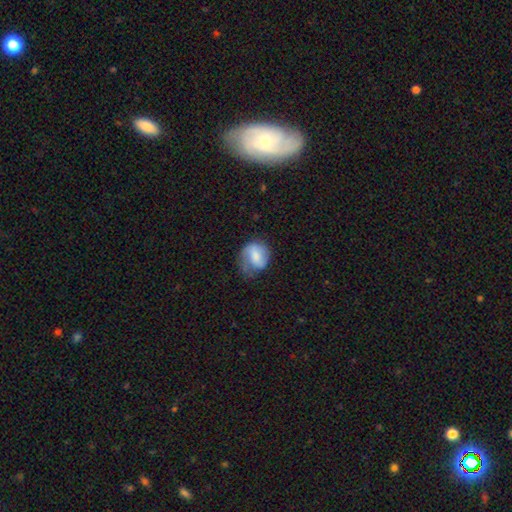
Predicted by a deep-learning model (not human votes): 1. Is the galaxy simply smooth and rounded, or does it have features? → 49% smooth, 44% featured or disk, 7% star or artifact.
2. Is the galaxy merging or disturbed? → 46% none, 31% minor disturbance, 21% major disturbance, 2% merger.